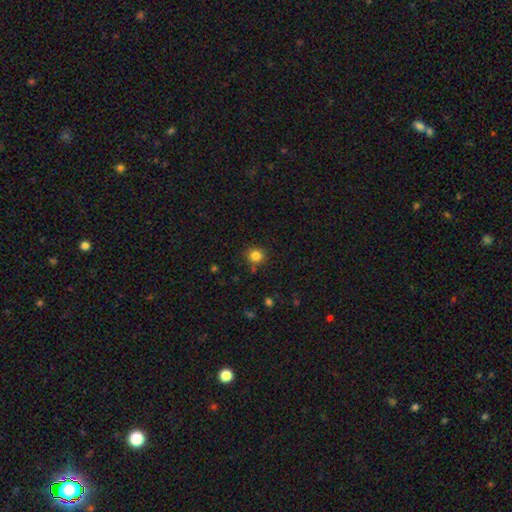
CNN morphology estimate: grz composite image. It shows a smooth galaxy with no disk features (83%) that is round (90%). Merging: none (85%).